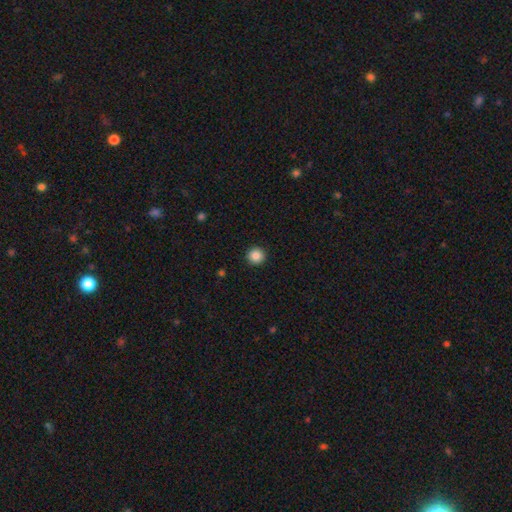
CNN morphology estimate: A smooth galaxy with no disk features (86%) that is round (96%).

Vote fractions:
- Smooth or featured? smooth: 86% / star or artifact: 10% / featured or disk: 4%
- How rounded? round: 96% / in between: 4% / cigar-shaped: 1%
- Merging? none: 93% / minor disturbance: 4% / major disturbance: 2% / merger: 1%